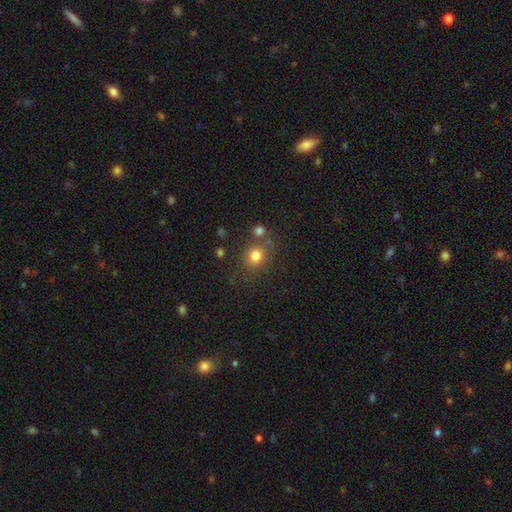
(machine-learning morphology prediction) Smooth or featured? smooth (79%)
How rounded? round (73%)
Merging? none (67%)